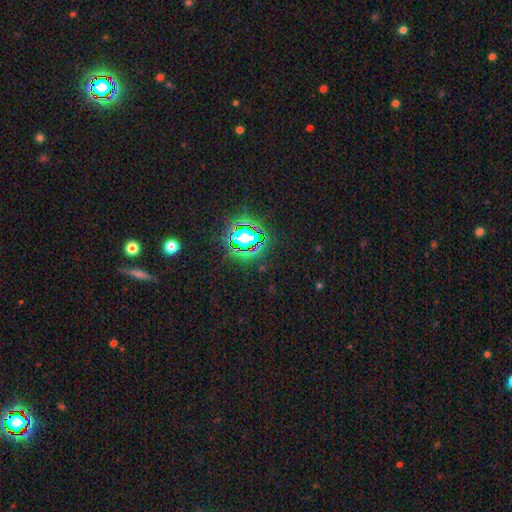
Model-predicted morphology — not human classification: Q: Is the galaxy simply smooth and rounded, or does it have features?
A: star or artifact — 80%.